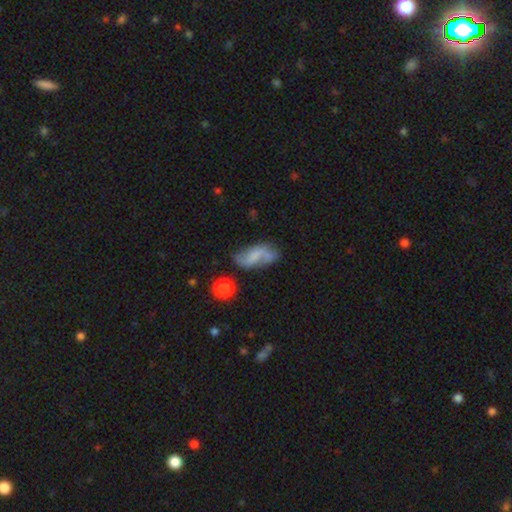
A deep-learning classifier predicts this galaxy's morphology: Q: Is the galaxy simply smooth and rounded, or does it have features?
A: featured or disk — 53%.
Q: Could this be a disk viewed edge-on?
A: no — 95%.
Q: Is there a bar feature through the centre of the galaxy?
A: no — 43%.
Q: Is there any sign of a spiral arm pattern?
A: yes — 83%.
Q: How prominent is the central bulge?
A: none — 54%.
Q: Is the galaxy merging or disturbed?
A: none — 54%.